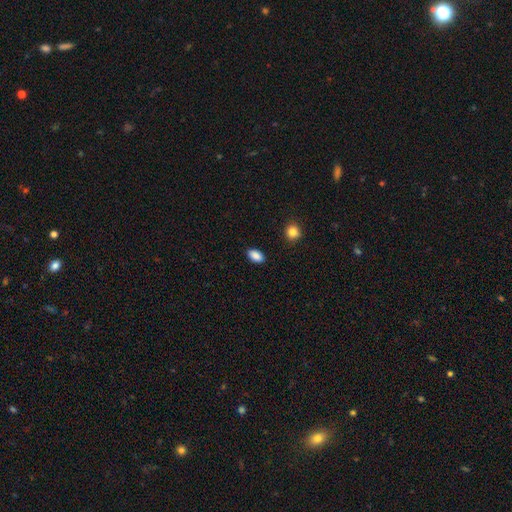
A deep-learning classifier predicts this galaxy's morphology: smooth_or_featured: smooth (p=0.89) [alt: star or artifact p=0.08]
how_rounded: in between (p=0.91) [alt: round p=0.07]
merging: none (p=0.88) [alt: minor disturbance p=0.08]